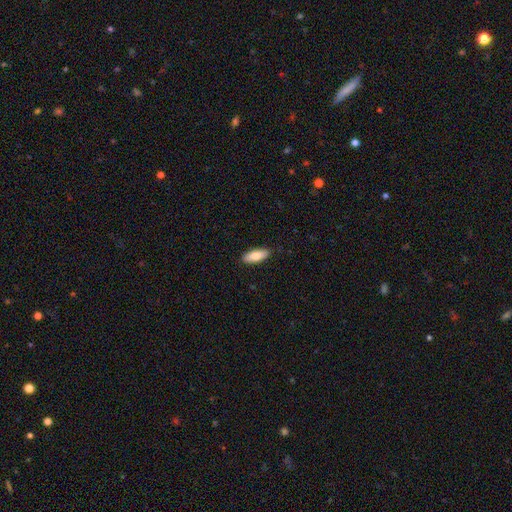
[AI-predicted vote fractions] Smooth or featured?
  - smooth: 80% *
  - featured or disk: 14%
  - star or artifact: 6%
How rounded?
  - in between: 75% *
  - cigar-shaped: 23%
  - round: 2%
Merging?
  - none: 89% *
  - minor disturbance: 9%
  - major disturbance: 2%
  - merger: 1%